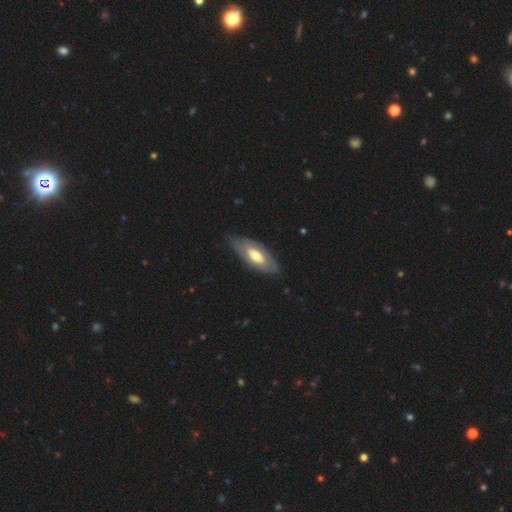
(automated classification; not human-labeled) featured or disk 53%, smooth 42%, star or artifact 5%. Down the decision tree: edge-on disk — no (78%); merging — none (75%).